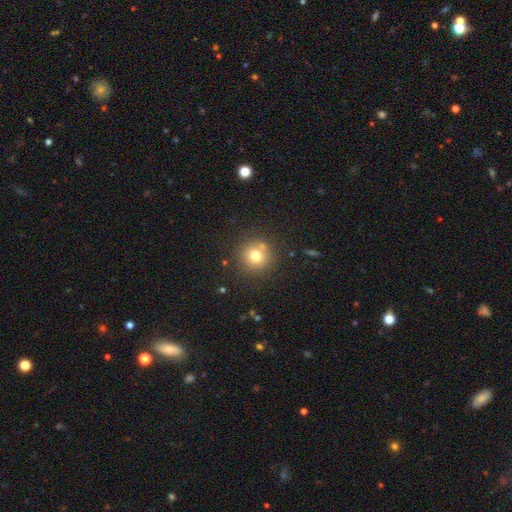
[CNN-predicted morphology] Smooth or featured: smooth — 75% (star or artifact — 14%)
How rounded: round — 94% (in between — 5%)
Merging: none — 81% (minor disturbance — 9%)